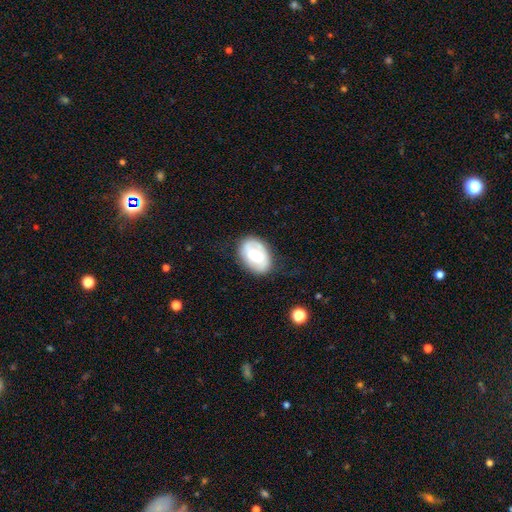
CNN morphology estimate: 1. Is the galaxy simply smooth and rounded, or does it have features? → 48% smooth, 46% featured or disk, 7% star or artifact.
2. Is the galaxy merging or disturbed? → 77% none, 16% minor disturbance, 6% major disturbance, 1% merger.